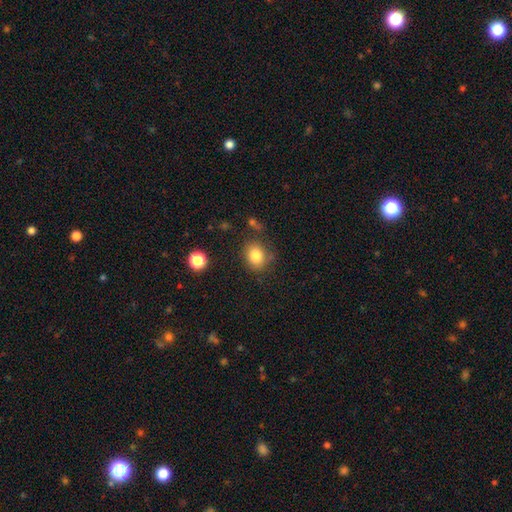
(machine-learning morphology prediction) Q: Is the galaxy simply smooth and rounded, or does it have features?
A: smooth — 83%.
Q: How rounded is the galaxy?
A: round — 57%.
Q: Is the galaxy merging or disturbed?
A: none — 76%.